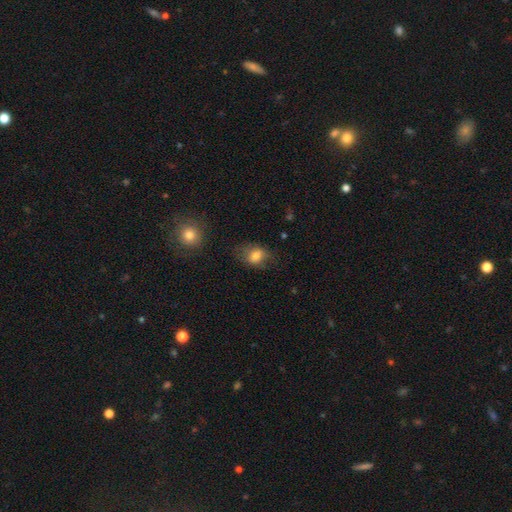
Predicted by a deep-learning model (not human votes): A smooth galaxy with no disk features (77%) that is in between round and cigar-shaped (68%). Merging: none (59%).